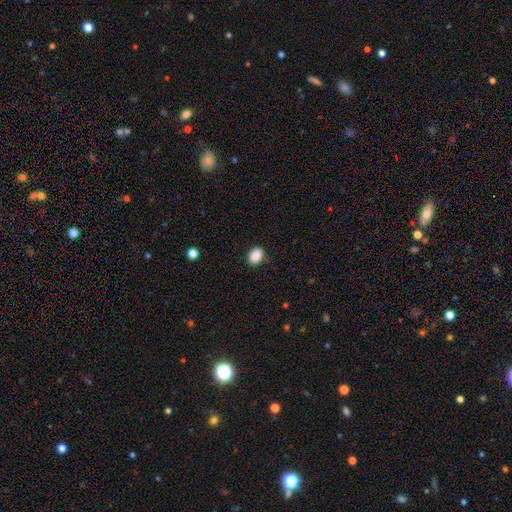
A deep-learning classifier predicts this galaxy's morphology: The model was most divided on "how rounded": in between: 77%, round: 22%, cigar-shaped: 1%. More confident: smooth or featured — smooth (89%); merging — none (84%).